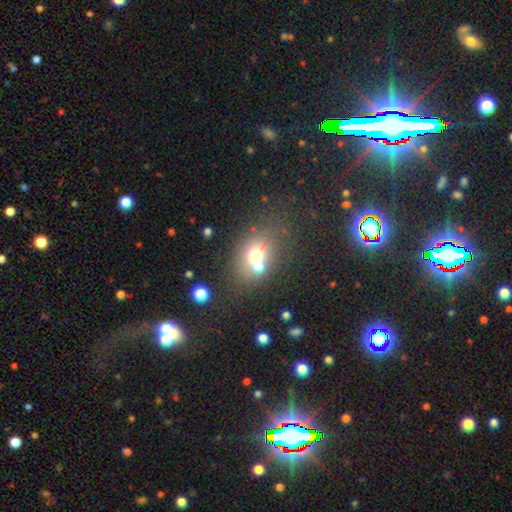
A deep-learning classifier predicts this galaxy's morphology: Smooth or featured?
  - smooth: 57% *
  - featured or disk: 24%
  - star or artifact: 19%
How rounded?
  - round: 51% *
  - in between: 47%
  - cigar-shaped: 2%
Merging?
  - none: 46% *
  - merger: 36%
  - minor disturbance: 11%
  - major disturbance: 7%